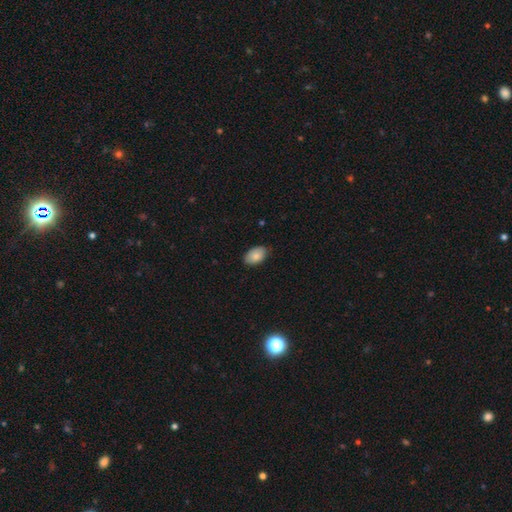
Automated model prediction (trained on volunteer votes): Overall: smooth (84%). How rounded: in between (92%). Merging: none (81%).